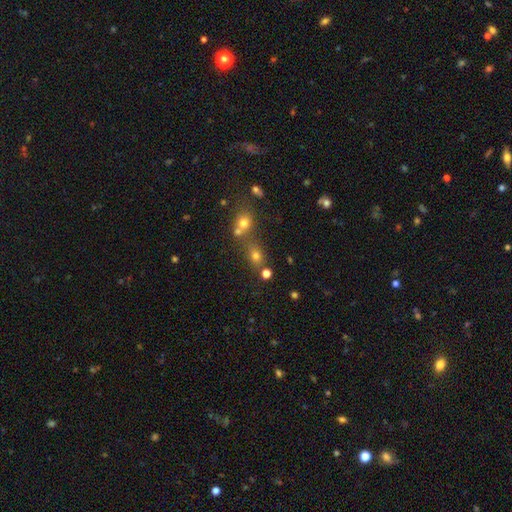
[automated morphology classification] Smooth or featured?
  - smooth: 66% *
  - star or artifact: 21%
  - featured or disk: 13%
How rounded?
  - round: 53% *
  - in between: 44%
  - cigar-shaped: 3%
Merging?
  - none: 51% *
  - merger: 32%
  - minor disturbance: 11%
  - major disturbance: 6%